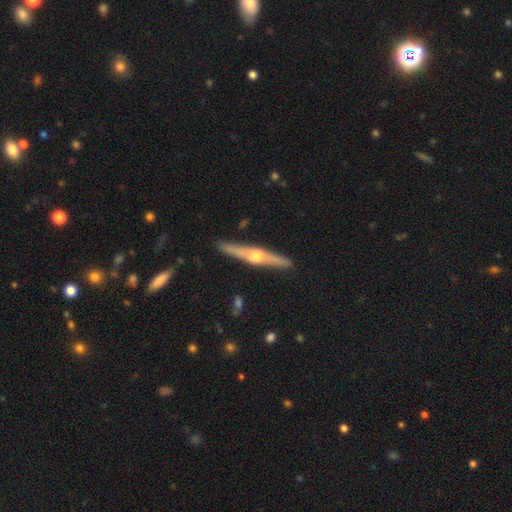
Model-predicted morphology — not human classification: Smooth or featured? featured or disk (78%)
Edge-on disk? yes (97%)
Edge-on bulge? rounded (91%)
Merging? none (89%)